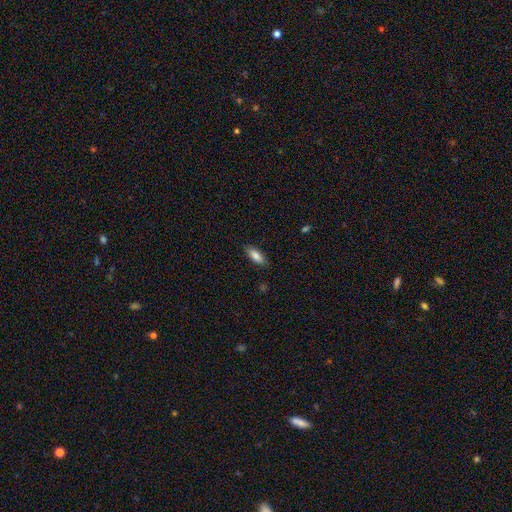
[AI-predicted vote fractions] A smooth galaxy with no disk features (83%) that is in between round and cigar-shaped (72%).

Vote fractions:
- Smooth or featured? smooth: 83% / featured or disk: 11% / star or artifact: 7%
- How rounded? in between: 72% / cigar-shaped: 26% / round: 2%
- Merging? none: 84% / minor disturbance: 13% / major disturbance: 3% / merger: 1%